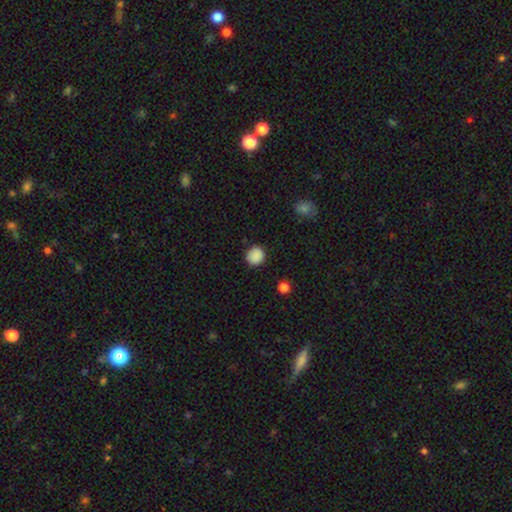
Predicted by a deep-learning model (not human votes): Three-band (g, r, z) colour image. It shows a smooth galaxy with no disk features (88%) that is round (88%). Merging: none (89%).